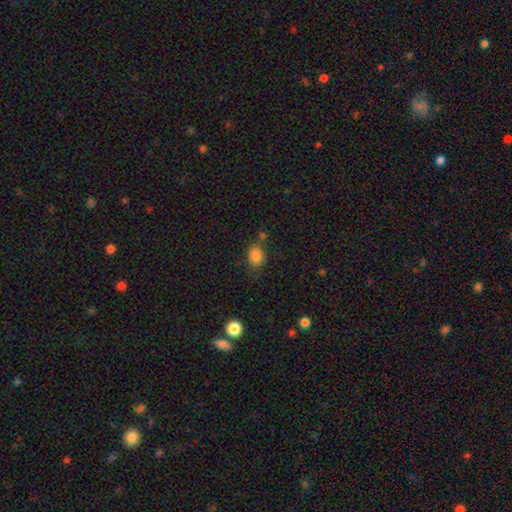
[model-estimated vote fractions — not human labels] smooth 84%, star or artifact 11%, featured or disk 5%. Down the decision tree: how rounded — in between (64%); merging — none (67%).